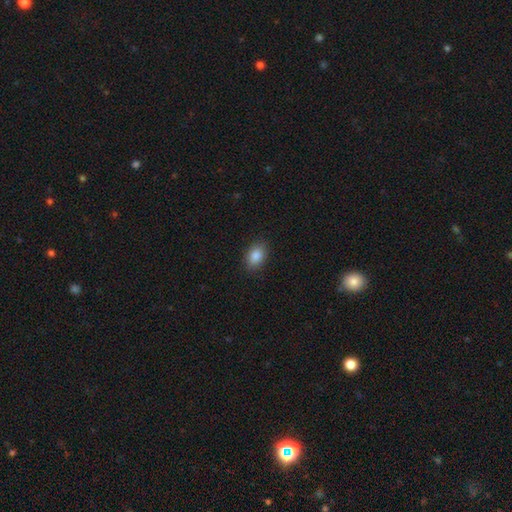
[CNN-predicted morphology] Smooth or featured? smooth (86%)
How rounded? in between (81%)
Merging? none (87%)